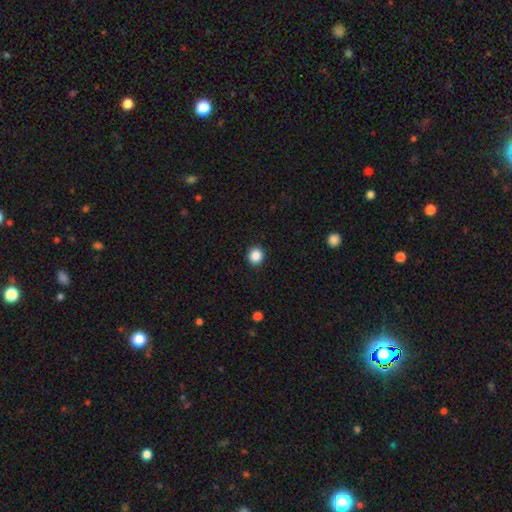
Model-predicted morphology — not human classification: smooth 87%, star or artifact 10%, featured or disk 3%. Down the decision tree: how rounded — round (90%); merging — none (92%).